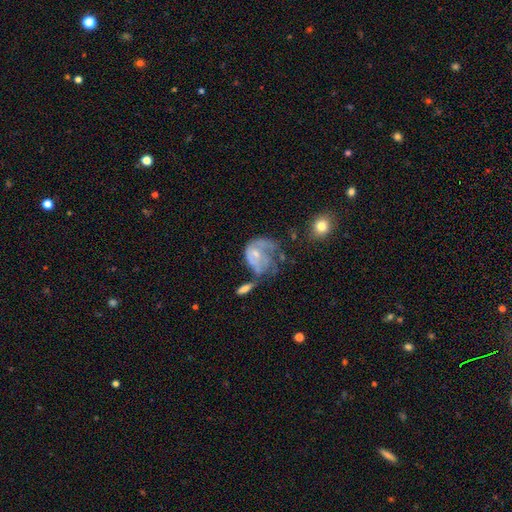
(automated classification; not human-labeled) Smooth or featured?
  - featured or disk: 58% *
  - smooth: 33%
  - star or artifact: 9%
Edge-on disk?
  - no: 97% *
  - yes: 3%
Bar?
  - no: 74% *
  - weak: 22%
  - strong: 4%
Spiral arms?
  - yes: 51% *
  - no: 49%
Bulge size?
  - small: 52% *
  - moderate: 30%
  - none: 13%
  - large: 3%
  - dominant: 1%
Merging?
  - major disturbance: 45% *
  - merger: 19%
  - none: 18%
  - minor disturbance: 17%